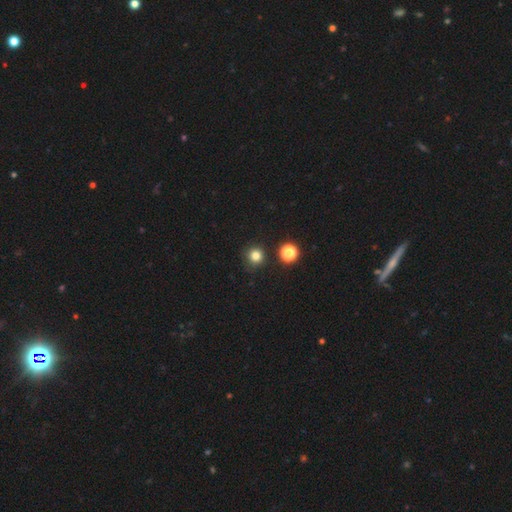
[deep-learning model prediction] Morphology: type=smooth (80%); roundness=round (94%); merging=none (87%).